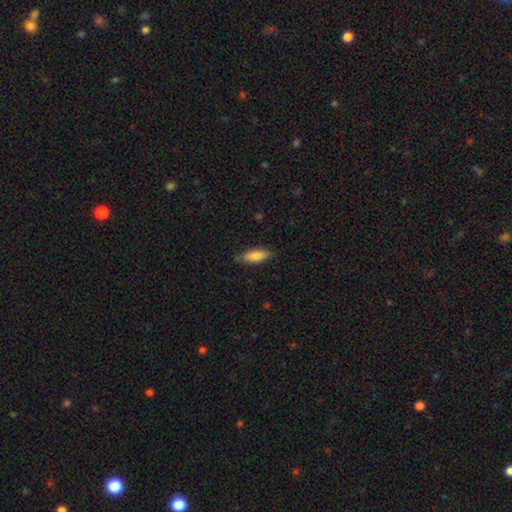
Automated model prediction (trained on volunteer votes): Smooth or featured?
  - smooth: 80% *
  - featured or disk: 14%
  - star or artifact: 6%
How rounded?
  - in between: 59% *
  - cigar-shaped: 39%
  - round: 2%
Merging?
  - none: 79% *
  - minor disturbance: 17%
  - major disturbance: 3%
  - merger: 1%